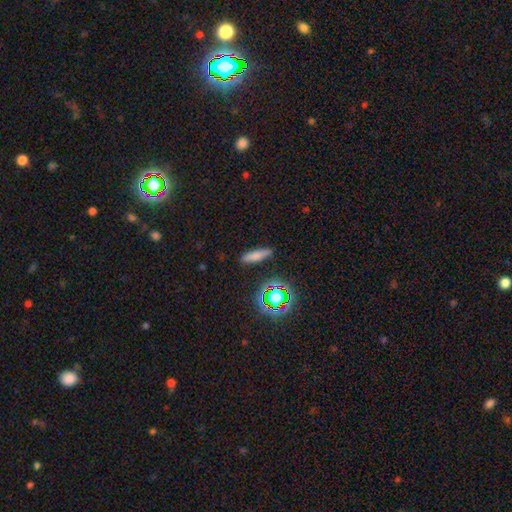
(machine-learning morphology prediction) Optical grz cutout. It shows a smooth galaxy with no disk features (70%) that is cigar-shaped (73%). Merging: none (86%).